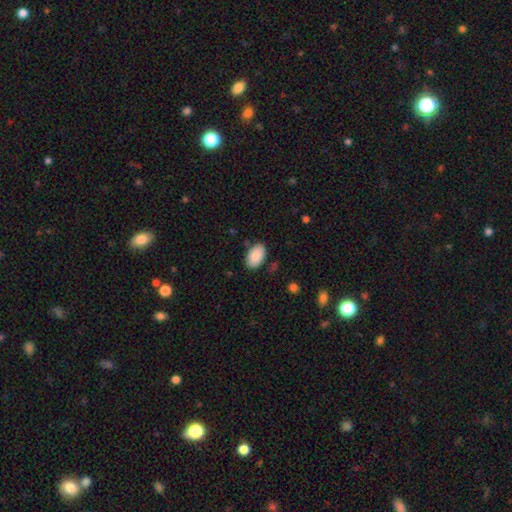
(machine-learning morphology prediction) Smooth or featured?
  - smooth: 89% *
  - star or artifact: 6%
  - featured or disk: 5%
How rounded?
  - in between: 94% *
  - round: 5%
  - cigar-shaped: 1%
Merging?
  - none: 84% *
  - minor disturbance: 12%
  - major disturbance: 3%
  - merger: 2%